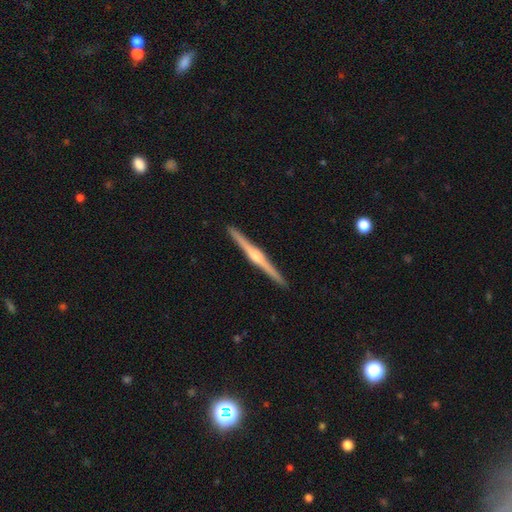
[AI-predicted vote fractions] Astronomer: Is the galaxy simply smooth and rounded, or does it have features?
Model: featured or disk — 84%.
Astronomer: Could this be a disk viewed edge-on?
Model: yes — 99%.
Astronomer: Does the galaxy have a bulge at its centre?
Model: rounded — 87%.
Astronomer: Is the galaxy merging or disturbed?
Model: none — 93%.